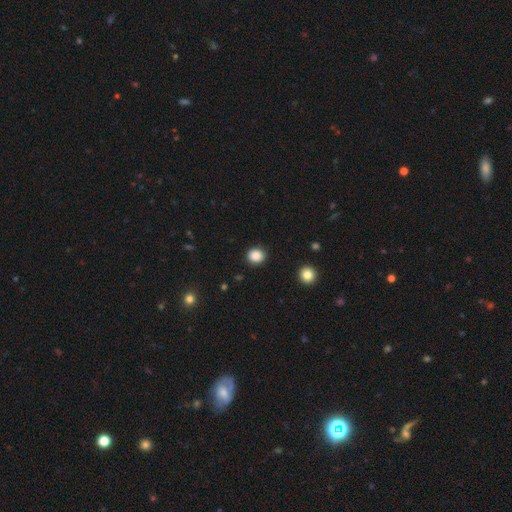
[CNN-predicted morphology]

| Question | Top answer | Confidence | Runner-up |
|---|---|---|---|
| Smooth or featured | smooth | 87% | star or artifact (10%) |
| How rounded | round | 82% | in between (17%) |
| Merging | none | 90% | minor disturbance (7%) |